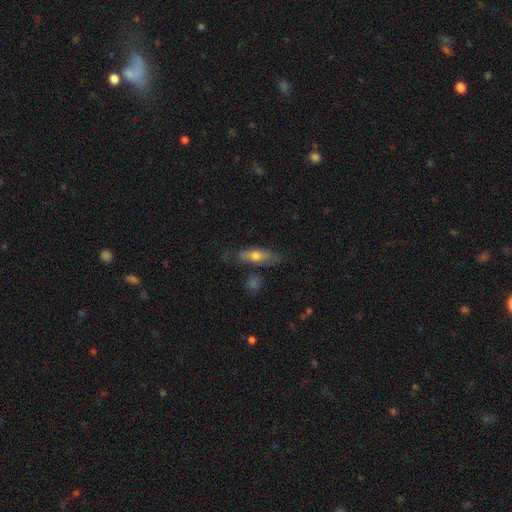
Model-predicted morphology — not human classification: This appears to be a smooth galaxy with no disk features (60%) that is in between round and cigar-shaped (50%). Merging: none (66%).